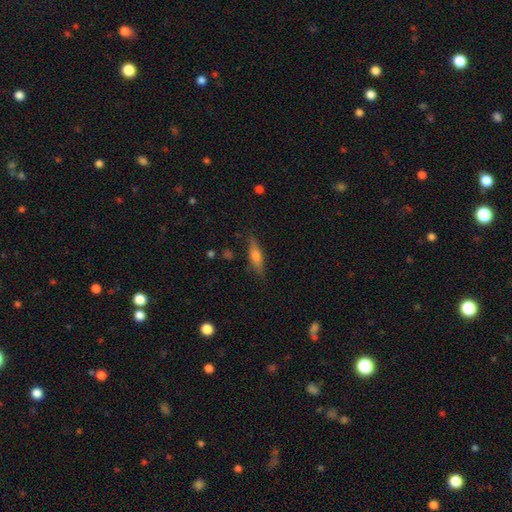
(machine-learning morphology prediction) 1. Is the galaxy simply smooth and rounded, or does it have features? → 46% smooth, 44% featured or disk, 10% star or artifact.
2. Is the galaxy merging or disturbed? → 83% none, 12% minor disturbance, 3% major disturbance, 1% merger.